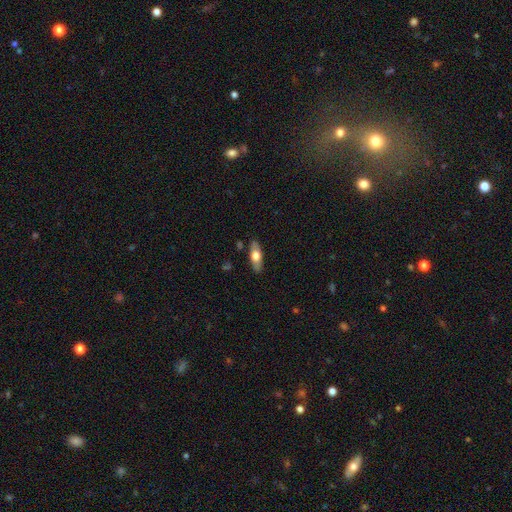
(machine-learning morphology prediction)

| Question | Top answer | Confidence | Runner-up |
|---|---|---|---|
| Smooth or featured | smooth | 59% | featured or disk (35%) |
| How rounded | in between | 68% | cigar-shaped (29%) |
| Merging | none | 85% | minor disturbance (11%) |